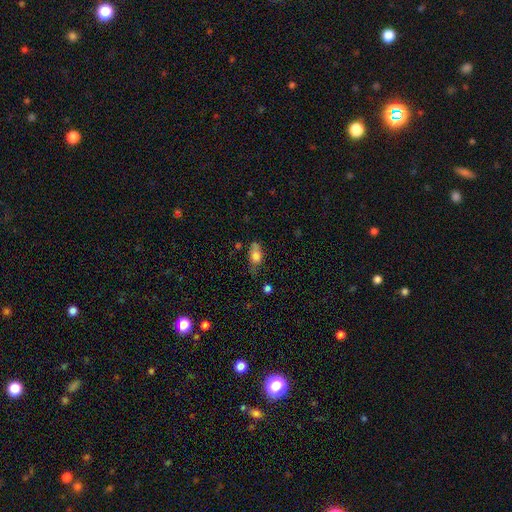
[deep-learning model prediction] A smooth galaxy with no disk features (75%) that is in between round and cigar-shaped (85%). Merging: none (42%).